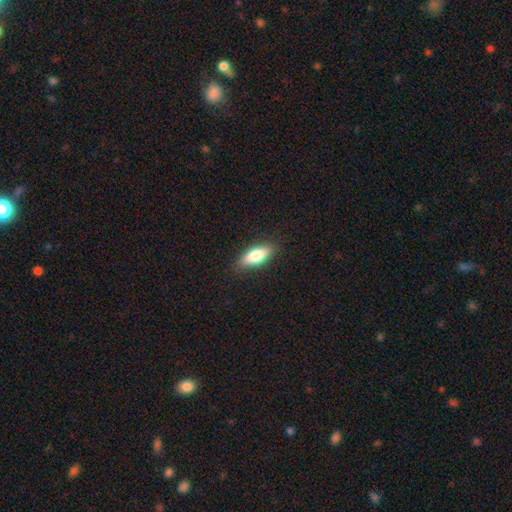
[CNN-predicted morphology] smooth 74%, featured or disk 20%, star or artifact 7%. Down the decision tree: how rounded — in between (71%); merging — none (87%).